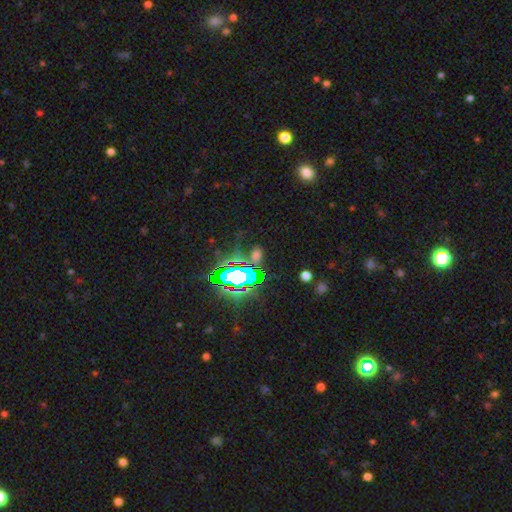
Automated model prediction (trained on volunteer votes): smooth_or_featured: star or artifact (p=0.55) [alt: smooth p=0.28]